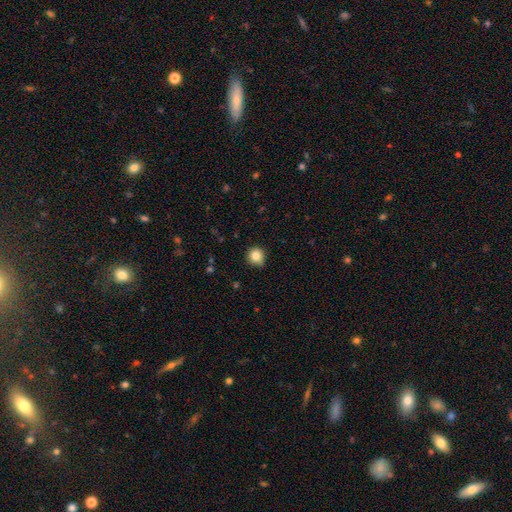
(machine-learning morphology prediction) A smooth galaxy with no disk features (83%) that is round (92%).

Vote fractions:
- Smooth or featured? smooth: 83% / star or artifact: 11% / featured or disk: 7%
- How rounded? round: 92% / in between: 7% / cigar-shaped: 1%
- Merging? none: 87% / minor disturbance: 10% / major disturbance: 2% / merger: 1%